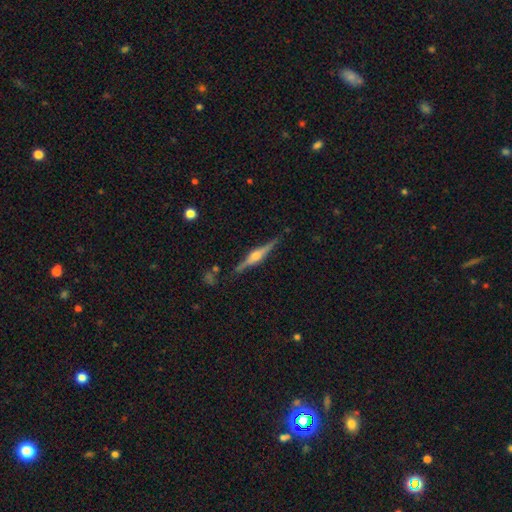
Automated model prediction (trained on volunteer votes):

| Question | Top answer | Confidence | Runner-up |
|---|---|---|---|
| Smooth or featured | featured or disk | 81% | smooth (14%) |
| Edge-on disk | yes | 98% | no (2%) |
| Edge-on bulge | rounded | 91% | boxy (7%) |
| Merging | none | 87% | minor disturbance (9%) |